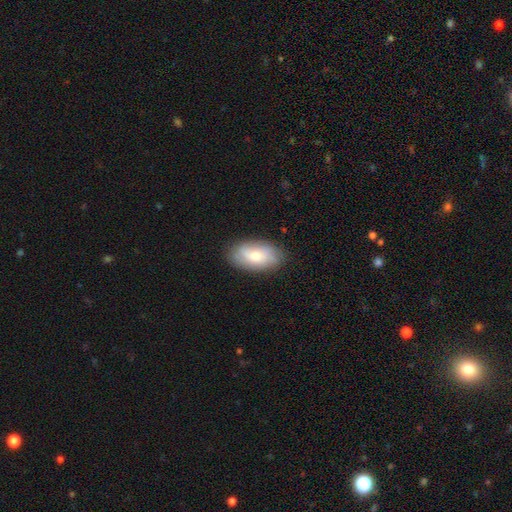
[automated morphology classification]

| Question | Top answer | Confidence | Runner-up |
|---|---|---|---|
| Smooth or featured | smooth | 66% | featured or disk (27%) |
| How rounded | in between | 92% | round (6%) |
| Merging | none | 79% | minor disturbance (16%) |